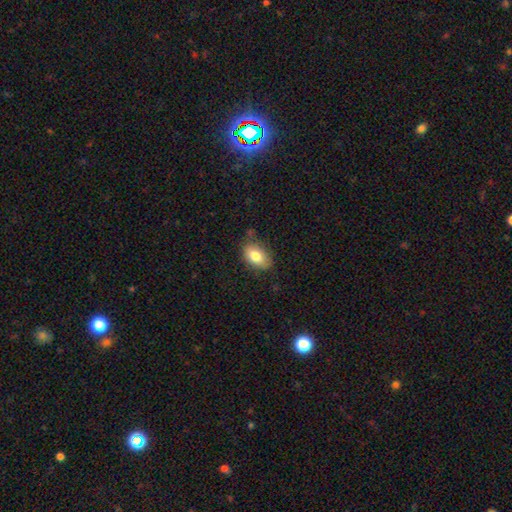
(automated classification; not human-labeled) A smooth galaxy with no disk features (80%) that is in between round and cigar-shaped (89%). Merging: none (73%).